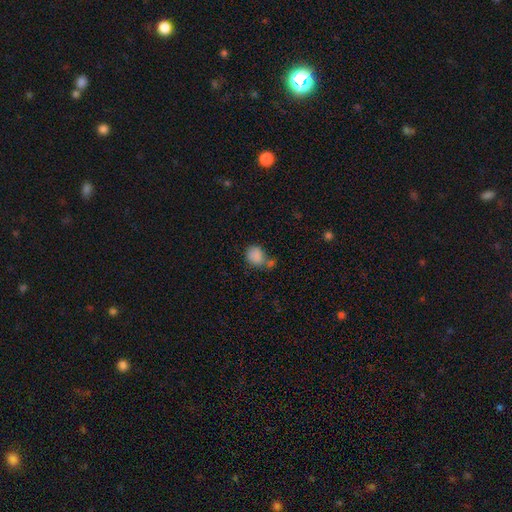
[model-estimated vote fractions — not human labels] Smooth or featured: smooth — 84% (star or artifact — 10%)
How rounded: round — 59% (in between — 40%)
Merging: none — 45% (merger — 30%)